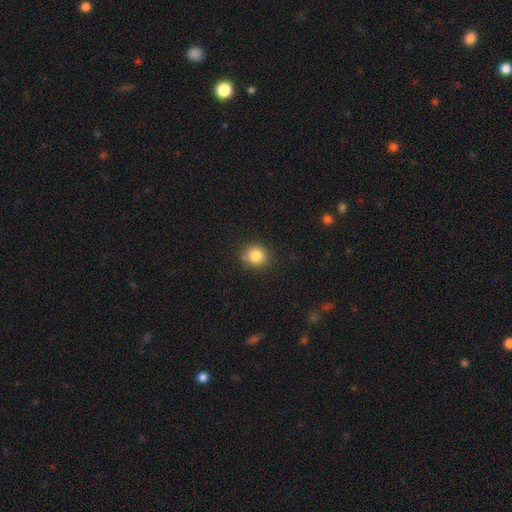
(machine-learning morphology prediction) Smooth or featured? Predicted: smooth (p=0.84). How rounded? Predicted: round (p=0.84). Merging? Predicted: none (p=0.85).